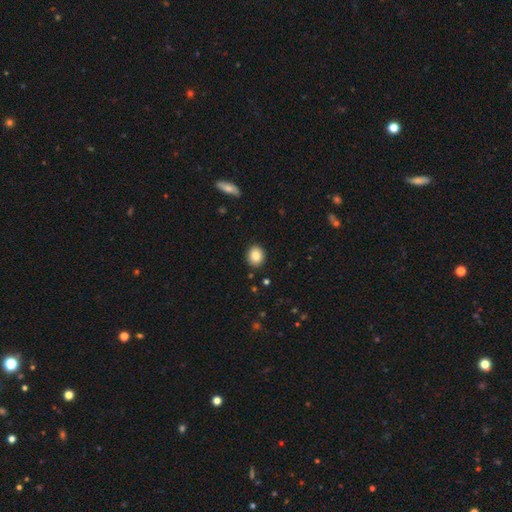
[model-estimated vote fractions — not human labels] Smooth or featured: smooth — 87% (star or artifact — 8%)
How rounded: round — 61% (in between — 38%)
Merging: none — 90% (minor disturbance — 7%)